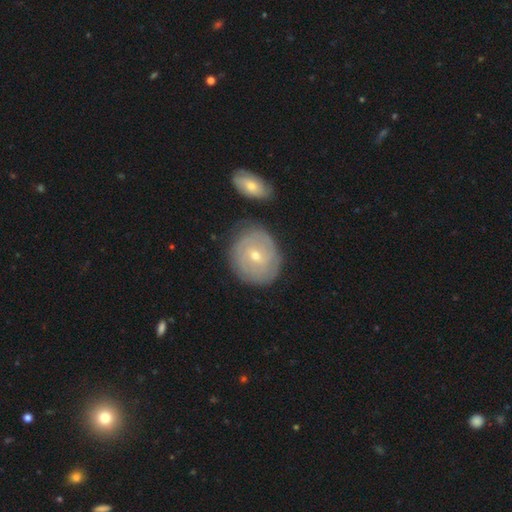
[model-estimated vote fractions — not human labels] A featured or disk galaxy (65%) with no bar (53%), spiral arms (78%) and a small central bulge (55%).

Vote fractions:
- Smooth or featured? featured or disk: 65% / smooth: 29% / star or artifact: 6%
- Edge-on disk? no: 96% / yes: 4%
- Bar? no: 53% / weak: 39% / strong: 8%
- Spiral arms? yes: 78% / no: 22%
- Bulge size? small: 55% / moderate: 43% / large: 1% / none: 1% / dominant: 1%
- Merging? none: 76% / minor disturbance: 14% / merger: 6% / major disturbance: 4%